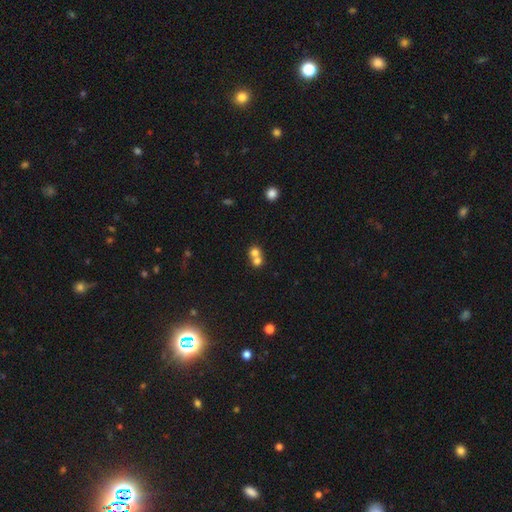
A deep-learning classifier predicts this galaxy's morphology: This appears to be a smooth galaxy with no disk features (72%) that is round (81%). Merging: merger (62%).